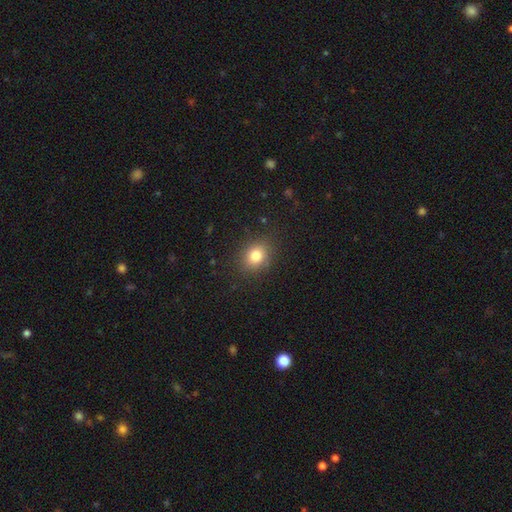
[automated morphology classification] This appears to be a smooth galaxy with no disk features (81%) that is round (61%). Merging: none (86%).